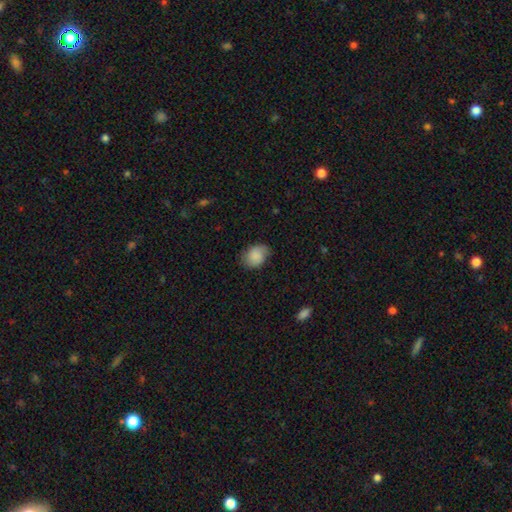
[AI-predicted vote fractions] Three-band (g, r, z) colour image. It shows a smooth galaxy with no disk features (78%) that is in between round and cigar-shaped (61%). Merging: none (67%).